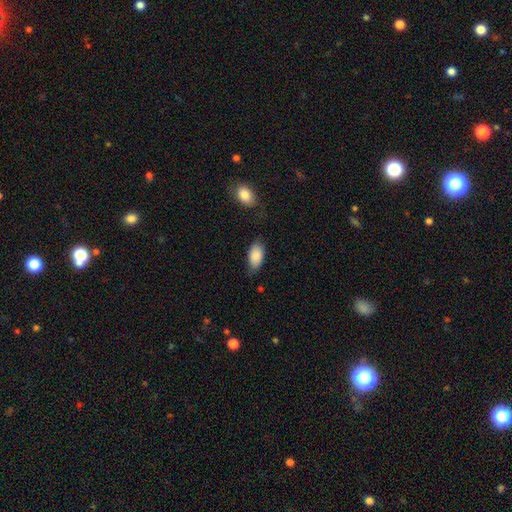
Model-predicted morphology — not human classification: A smooth galaxy with no disk features (86%) that is in between round and cigar-shaped (93%).

Vote fractions:
- Smooth or featured? smooth: 86% / featured or disk: 7% / star or artifact: 6%
- How rounded? in between: 93% / round: 4% / cigar-shaped: 3%
- Merging? none: 67% / minor disturbance: 24% / major disturbance: 6% / merger: 3%